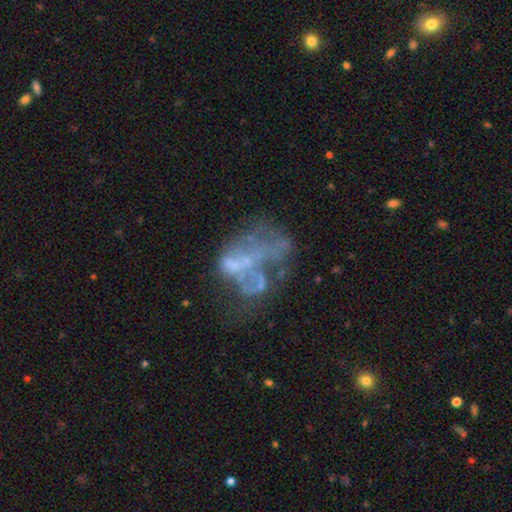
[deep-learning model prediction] smooth_or_featured: featured or disk (p=0.62) [alt: star or artifact p=0.22]
disk_edge_on: no (p=0.97) [alt: yes p=0.03]
bar: no (p=0.89) [alt: weak p=0.08]
has_spiral_arms: no (p=0.91) [alt: yes p=0.09]
bulge_size: none (p=0.76) [alt: small p=0.14]
merging: none (p=0.36) [alt: major disturbance p=0.35]